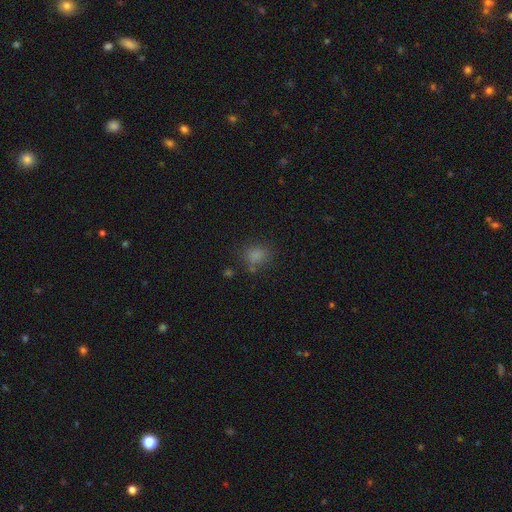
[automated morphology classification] Overall: smooth (78%). How rounded: round (58%; in between 41%). Merging: none (72%).